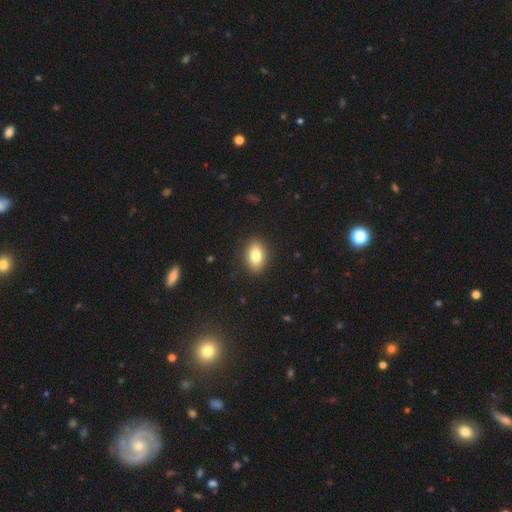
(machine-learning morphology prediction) The model was most divided on "how rounded": in between: 83%, round: 15%, cigar-shaped: 2%. More confident: merging — none (89%); smooth or featured — smooth (81%).